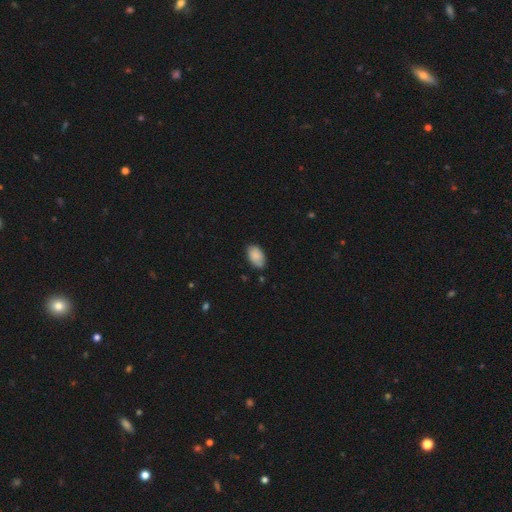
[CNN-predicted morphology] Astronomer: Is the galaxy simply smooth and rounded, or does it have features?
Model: smooth — 87%.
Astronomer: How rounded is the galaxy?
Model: in between — 94%.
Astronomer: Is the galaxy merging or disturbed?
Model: none — 75%.